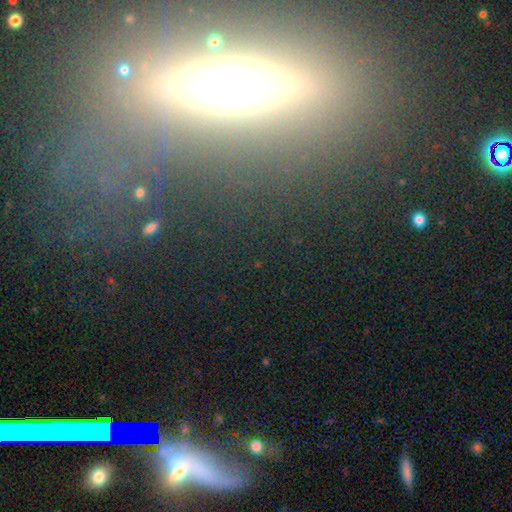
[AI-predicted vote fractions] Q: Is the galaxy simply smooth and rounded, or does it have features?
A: featured or disk — 46%.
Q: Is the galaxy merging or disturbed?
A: none — 76%.